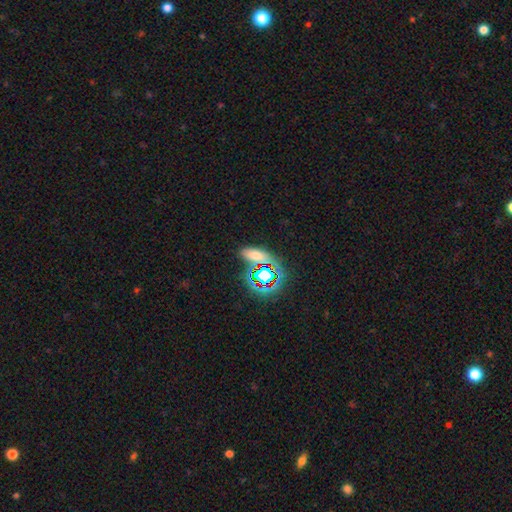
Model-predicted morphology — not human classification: Smooth or featured? smooth (56%)
How rounded? in between (71%)
Merging? none (72%)